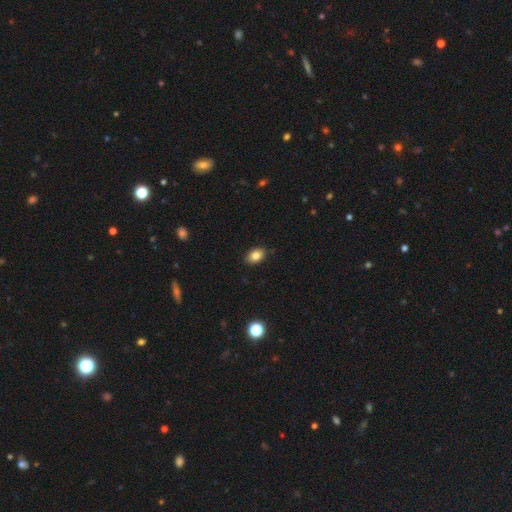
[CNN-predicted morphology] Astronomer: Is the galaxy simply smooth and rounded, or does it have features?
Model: smooth — 84%.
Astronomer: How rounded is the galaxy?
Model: in between — 83%.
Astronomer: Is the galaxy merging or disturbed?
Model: none — 87%.